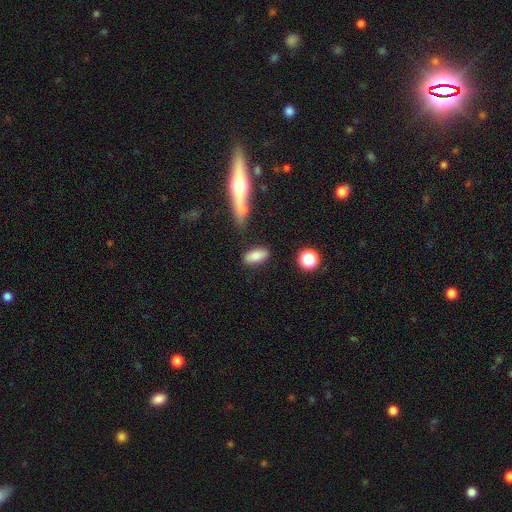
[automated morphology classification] smooth_or_featured: smooth (p=0.80) [alt: featured or disk p=0.11]
how_rounded: in between (p=0.84) [alt: cigar-shaped p=0.12]
merging: none (p=0.79) [alt: minor disturbance p=0.11]